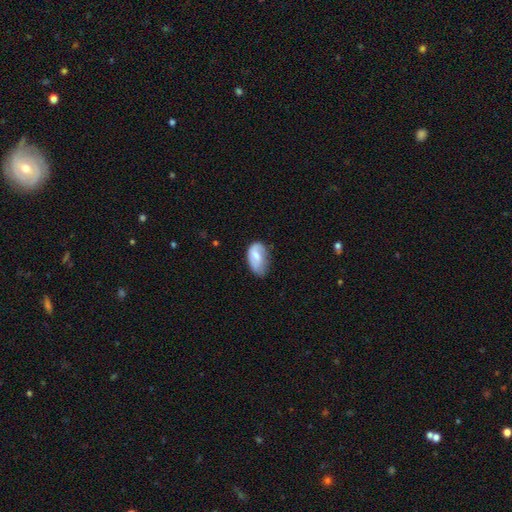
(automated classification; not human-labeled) smooth-or-featured: smooth: 65% | featured or disk: 28% | star or artifact: 7%
  how-rounded: in between: 92% | round: 6% | cigar-shaped: 2%
  merging: minor disturbance: 43% | none: 37% | major disturbance: 18% | merger: 2%